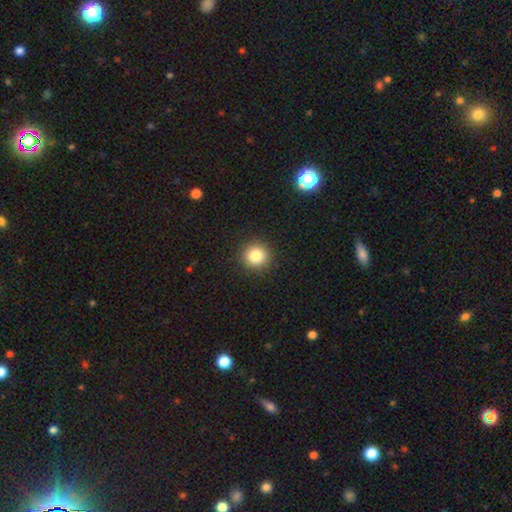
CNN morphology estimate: type=smooth (83%); roundness=round (94%); merging=none (92%).